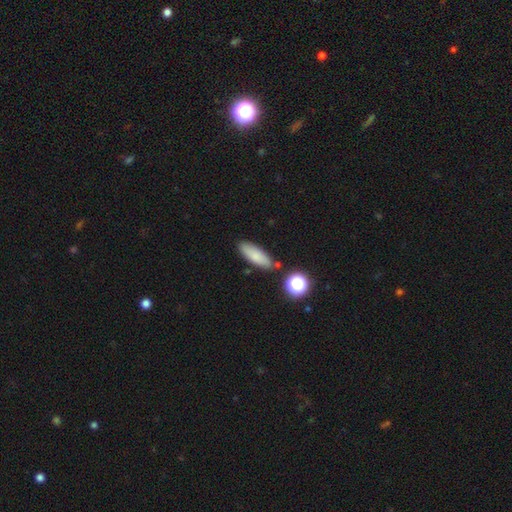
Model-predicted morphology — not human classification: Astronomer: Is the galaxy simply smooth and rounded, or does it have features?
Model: smooth — 81%.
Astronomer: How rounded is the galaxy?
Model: in between — 58% (runner-up: cigar-shaped, 39%).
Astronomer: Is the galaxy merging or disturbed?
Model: none — 80%.